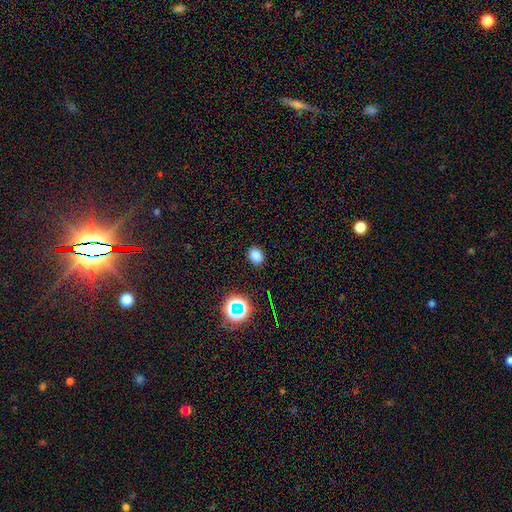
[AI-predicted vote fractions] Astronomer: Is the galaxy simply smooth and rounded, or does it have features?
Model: smooth — 79%.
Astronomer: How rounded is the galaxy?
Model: in between — 67%.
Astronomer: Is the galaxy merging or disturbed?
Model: none — 87%.